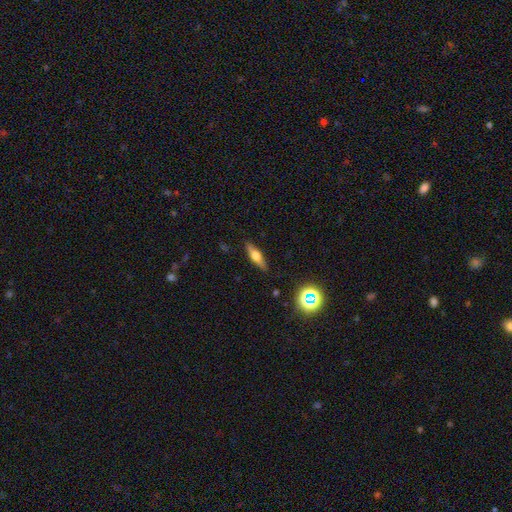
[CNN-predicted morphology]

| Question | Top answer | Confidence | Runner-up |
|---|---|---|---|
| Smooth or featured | featured or disk | 50% | smooth (41%) |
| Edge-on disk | yes | 92% | no (8%) |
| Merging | none | 87% | minor disturbance (9%) |